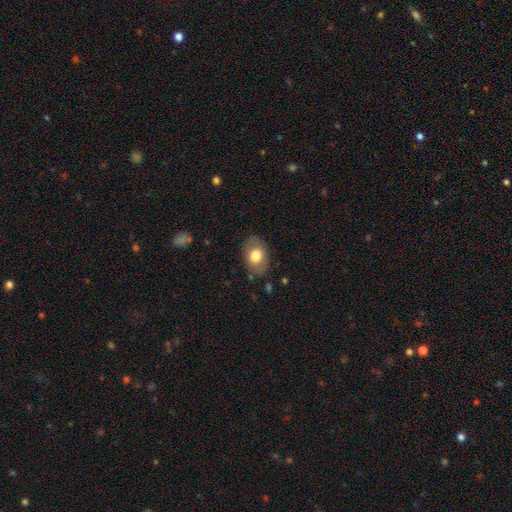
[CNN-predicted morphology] Smooth or featured? smooth (71%)
How rounded? in between (79%)
Merging? none (80%)